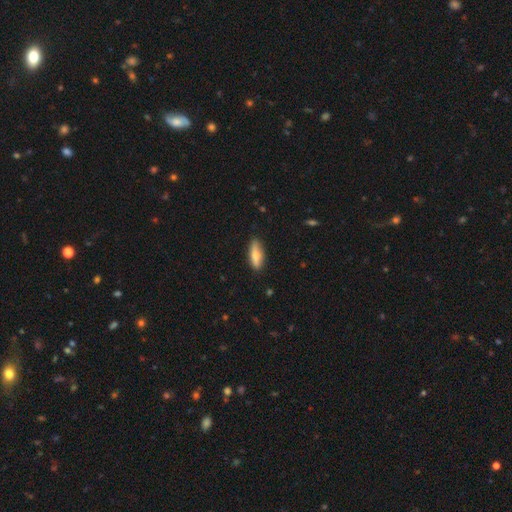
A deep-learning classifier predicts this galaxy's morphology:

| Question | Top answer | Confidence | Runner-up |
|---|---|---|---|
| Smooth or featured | smooth | 64% | featured or disk (30%) |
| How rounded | in between | 55% | cigar-shaped (42%) |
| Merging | none | 83% | minor disturbance (13%) |